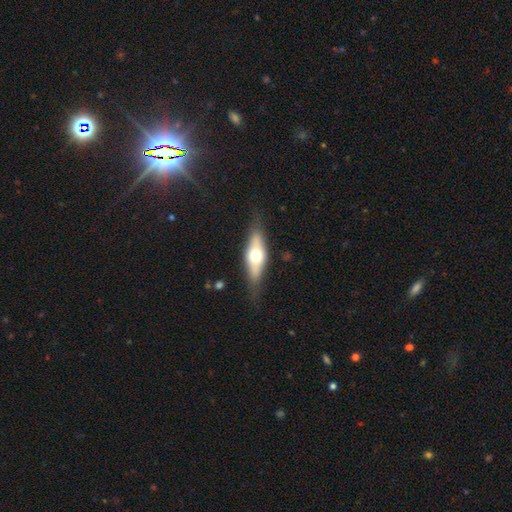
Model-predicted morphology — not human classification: Smooth or featured: featured or disk — 48% (smooth — 46%)
Merging: none — 77% (minor disturbance — 16%)